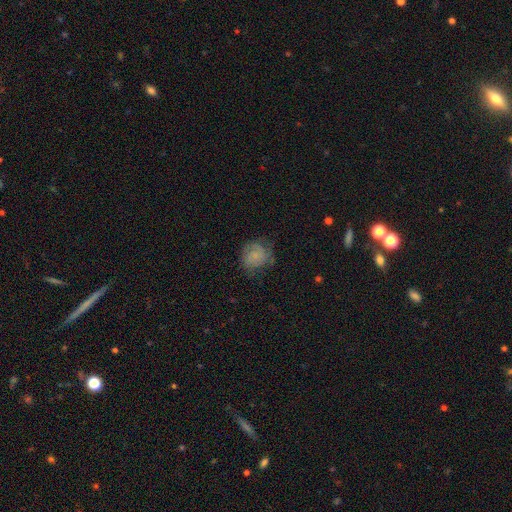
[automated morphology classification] Overall: smooth (53%; featured or disk 38%). How rounded: round (75%). Merging: none (60%; minor disturbance 26%).